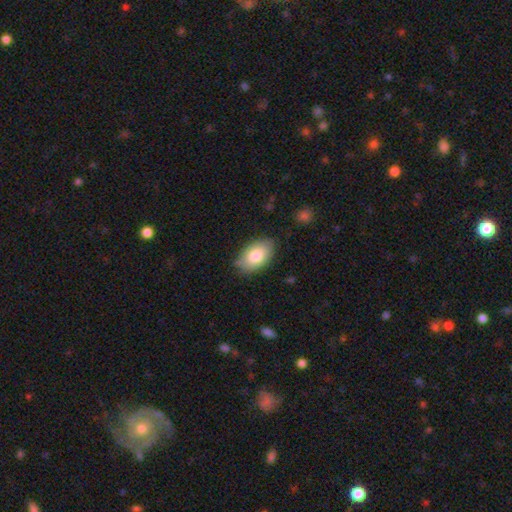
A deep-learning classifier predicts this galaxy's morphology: Q: Smooth or featured?
A: smooth (81%); runner-up: featured or disk (13%)
Q: How rounded?
A: in between (92%); runner-up: round (6%)
Q: Merging?
A: none (77%); runner-up: minor disturbance (18%)